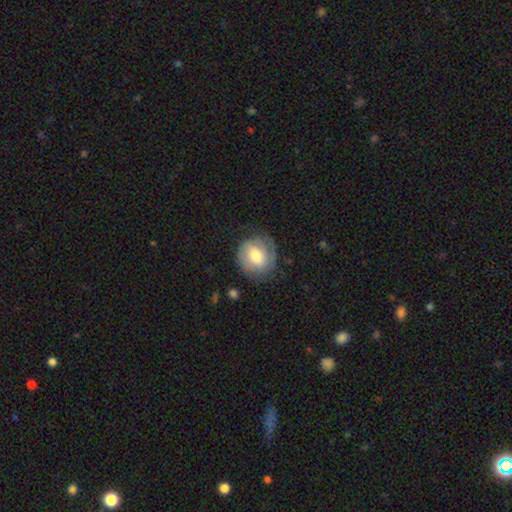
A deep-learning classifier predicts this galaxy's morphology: A smooth galaxy with no disk features (47%). Merging: none (70%).